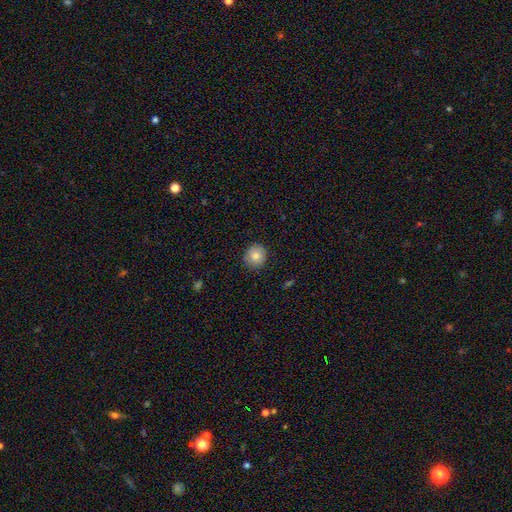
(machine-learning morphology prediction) smooth-or-featured: smooth: 83% | star or artifact: 9% | featured or disk: 8%
  how-rounded: round: 88% | in between: 11% | cigar-shaped: 1%
  merging: none: 90% | minor disturbance: 8% | major disturbance: 2% | merger: 1%